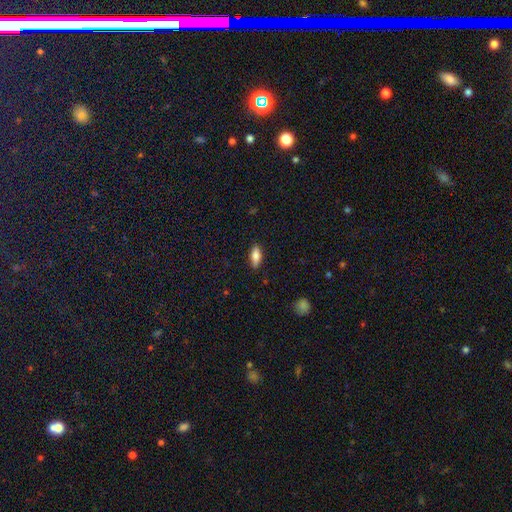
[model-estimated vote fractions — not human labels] Q: Smooth or featured?
A: smooth (77%); runner-up: featured or disk (16%)
Q: How rounded?
A: in between (73%); runner-up: cigar-shaped (24%)
Q: Merging?
A: none (86%); runner-up: minor disturbance (11%)